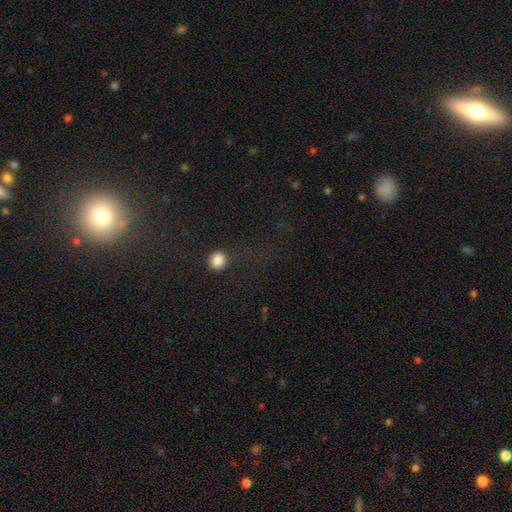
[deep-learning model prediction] The model was most divided on "smooth or featured": star or artifact: 52%, smooth: 30%, featured or disk: 18%.